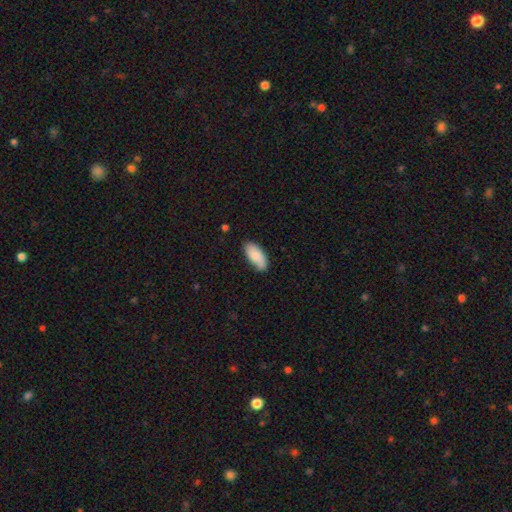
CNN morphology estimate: A smooth galaxy with no disk features (77%) that is in between round and cigar-shaped (90%).

Vote fractions:
- Smooth or featured? smooth: 77% / featured or disk: 17% / star or artifact: 6%
- How rounded? in between: 90% / cigar-shaped: 8% / round: 2%
- Merging? none: 77% / minor disturbance: 18% / major disturbance: 3% / merger: 1%